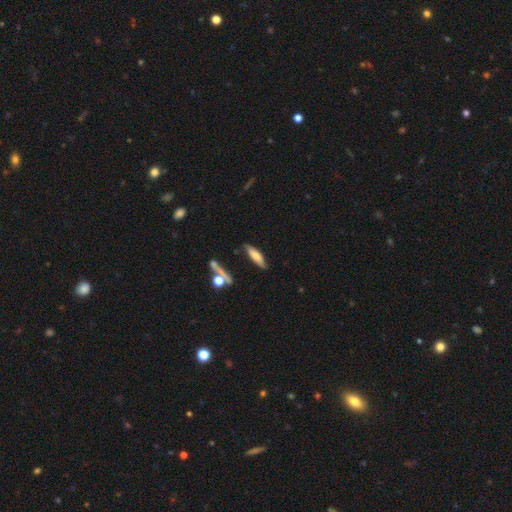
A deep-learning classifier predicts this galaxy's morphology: smooth 62%, featured or disk 29%, star or artifact 9%. Down the decision tree: how rounded — cigar-shaped (59%); merging — none (74%).